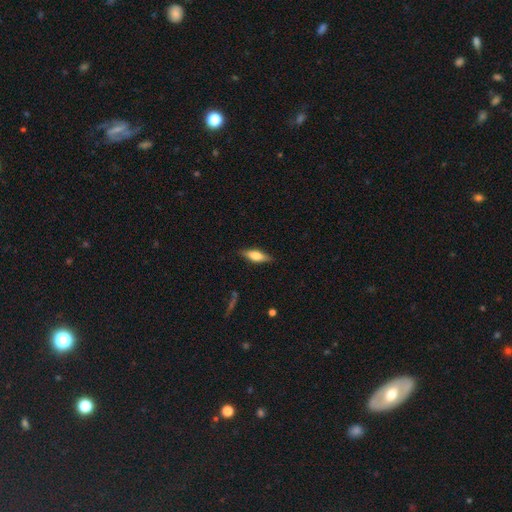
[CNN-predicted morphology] Smooth or featured?
  - smooth: 62% *
  - featured or disk: 31%
  - star or artifact: 7%
How rounded?
  - in between: 56% *
  - cigar-shaped: 42%
  - round: 2%
Merging?
  - none: 83% *
  - minor disturbance: 13%
  - major disturbance: 3%
  - merger: 1%